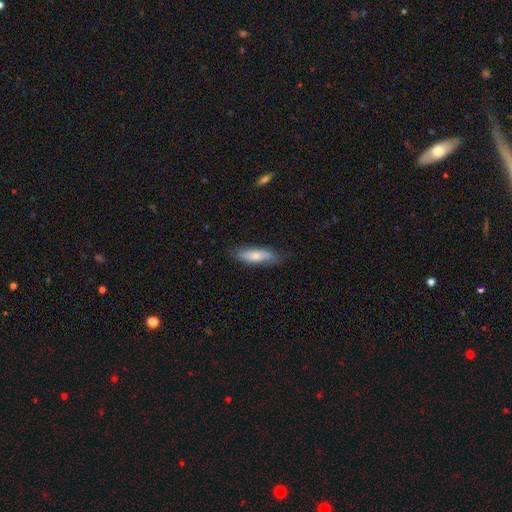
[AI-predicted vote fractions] Smooth or featured: smooth — 73% (featured or disk — 21%)
How rounded: cigar-shaped — 50% (in between — 48%)
Merging: none — 75% (minor disturbance — 20%)